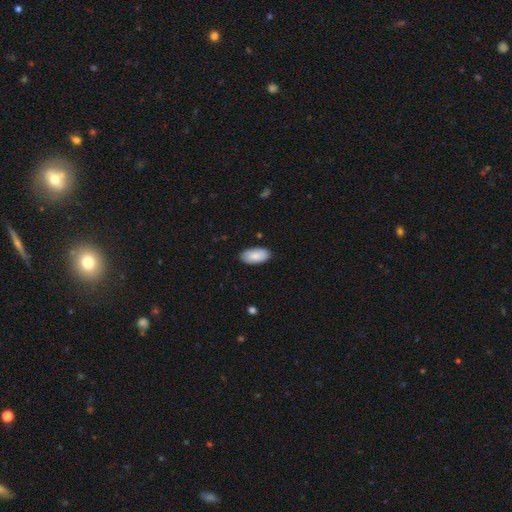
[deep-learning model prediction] Smooth or featured? smooth (87%)
How rounded? in between (95%)
Merging? none (87%)